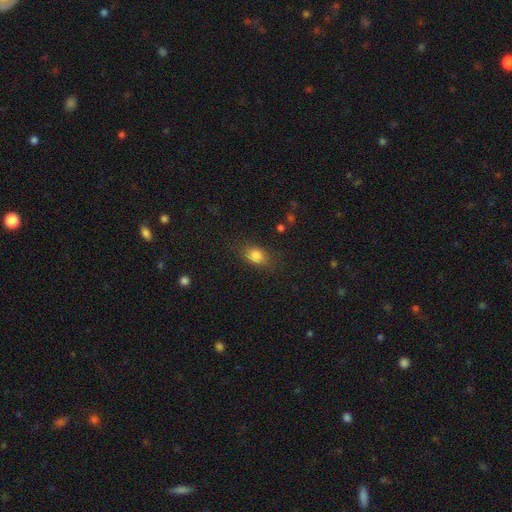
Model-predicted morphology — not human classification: Q: Smooth or featured?
A: smooth (82%); runner-up: star or artifact (10%)
Q: How rounded?
A: in between (71%); runner-up: round (26%)
Q: Merging?
A: none (80%); runner-up: minor disturbance (14%)